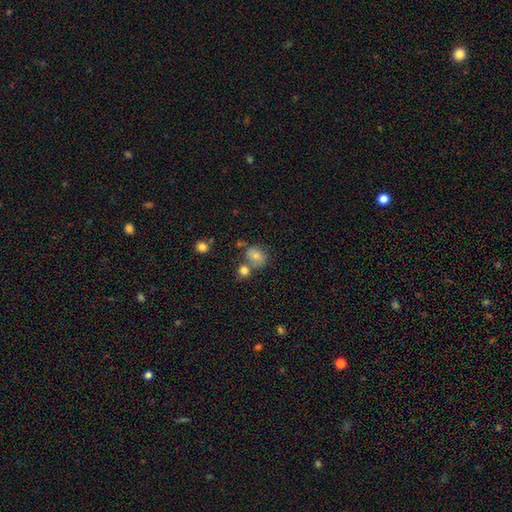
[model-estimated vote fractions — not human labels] This is likely a smooth galaxy (75%). How rounded: possibly round (56%). Merging: possibly none (52%).